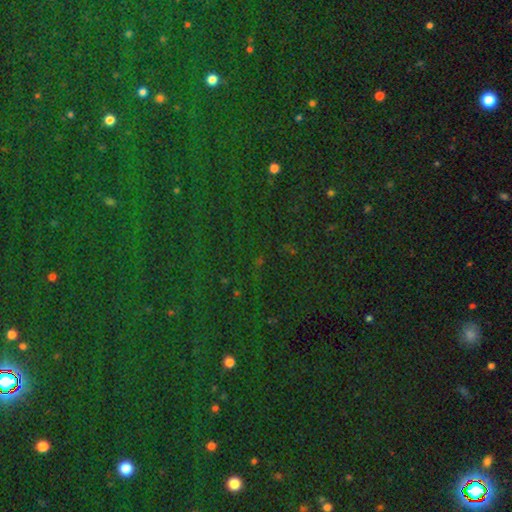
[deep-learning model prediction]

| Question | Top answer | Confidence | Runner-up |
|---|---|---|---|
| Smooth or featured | star or artifact | 83% | smooth (10%) |